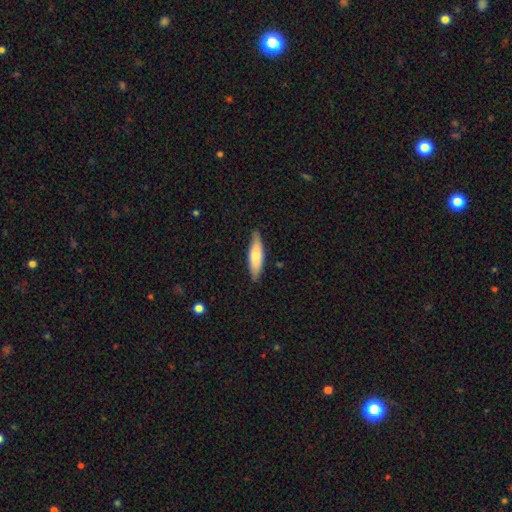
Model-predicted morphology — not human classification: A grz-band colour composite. It shows a smooth galaxy with no disk features (74%) that is cigar-shaped (65%). Merging: none (83%).